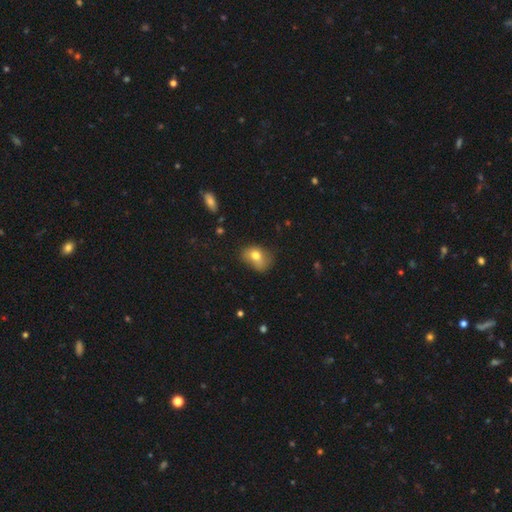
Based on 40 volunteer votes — A smooth galaxy with no disk features (82%) that is in between round and cigar-shaped (70%).

Vote fractions:
- Smooth or featured? smooth: 82% / featured or disk: 12% / star or artifact: 5%
- How rounded? in between: 70% / round: 30% / cigar-shaped: 0%
- Merging? minor disturbance: 47% / none: 34% / major disturbance: 18% / merger: 0%